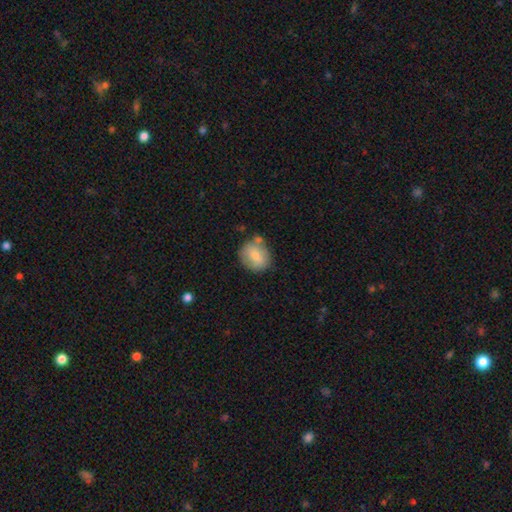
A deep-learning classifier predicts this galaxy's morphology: A smooth galaxy with no disk features (75%) that is round (70%).

Vote fractions:
- Smooth or featured? smooth: 75% / featured or disk: 18% / star or artifact: 7%
- How rounded? round: 70% / in between: 29% / cigar-shaped: 1%
- Merging? none: 65% / minor disturbance: 19% / merger: 11% / major disturbance: 5%